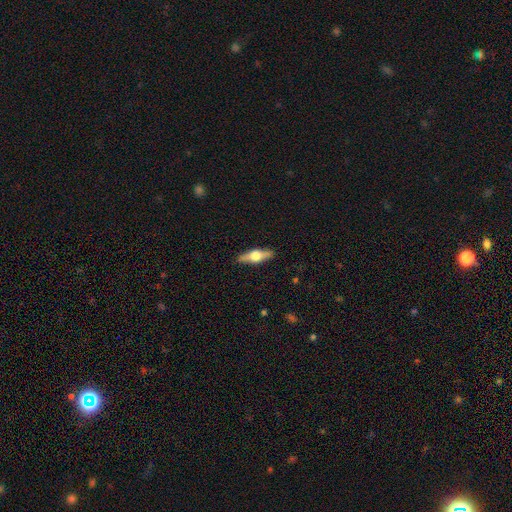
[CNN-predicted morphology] Smooth or featured?
  - featured or disk: 57% *
  - smooth: 38%
  - star or artifact: 5%
Edge-on disk?
  - yes: 93% *
  - no: 7%
Edge-on bulge?
  - rounded: 95% *
  - boxy: 3%
  - none: 2%
Merging?
  - none: 89% *
  - minor disturbance: 8%
  - major disturbance: 2%
  - merger: 1%